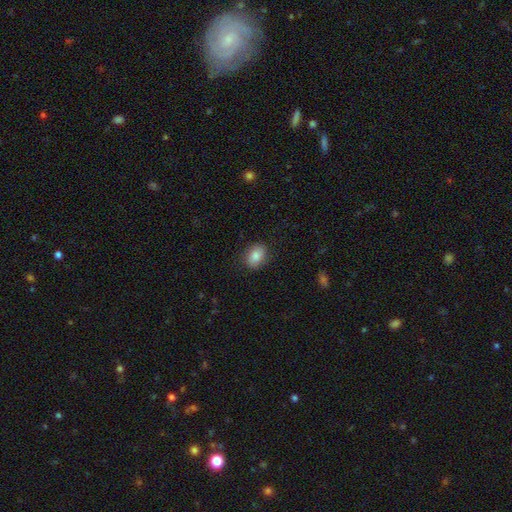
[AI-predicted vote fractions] The model was most divided on "how rounded": in between: 73%, round: 26%, cigar-shaped: 1%. More confident: smooth or featured — smooth (85%); merging — none (85%).